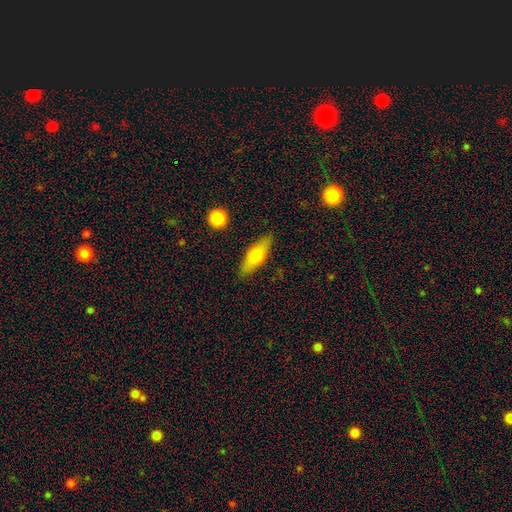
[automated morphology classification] A smooth galaxy with no disk features (61%) that is in between round and cigar-shaped (58%). Merging: none (86%).